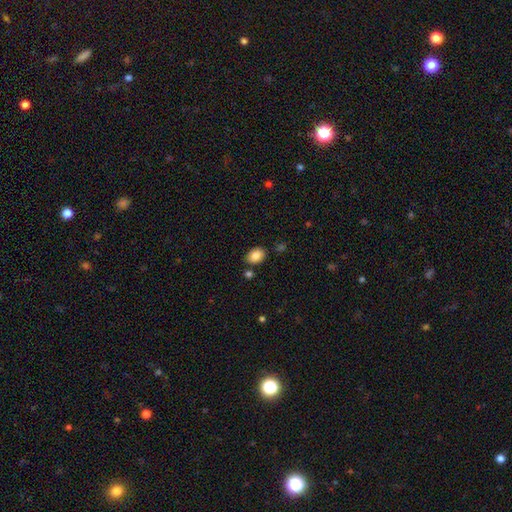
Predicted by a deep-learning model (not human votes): Smooth or featured?
  - smooth: 86% *
  - star or artifact: 8%
  - featured or disk: 6%
How rounded?
  - in between: 80% *
  - round: 19%
  - cigar-shaped: 1%
Merging?
  - none: 82% *
  - minor disturbance: 11%
  - merger: 4%
  - major disturbance: 3%